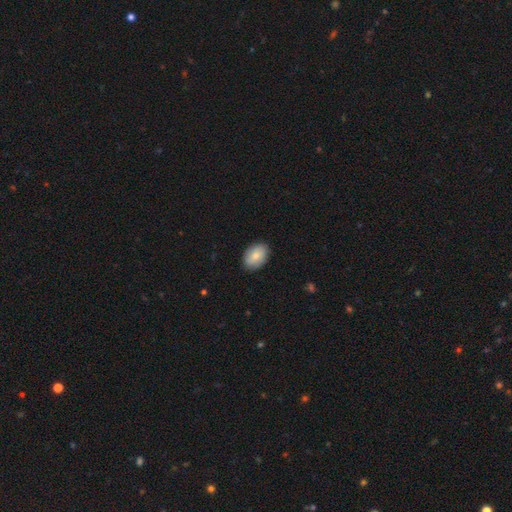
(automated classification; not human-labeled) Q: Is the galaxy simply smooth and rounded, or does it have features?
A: smooth — 78%.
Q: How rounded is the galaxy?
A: in between — 85%.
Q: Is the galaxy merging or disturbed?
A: none — 87%.